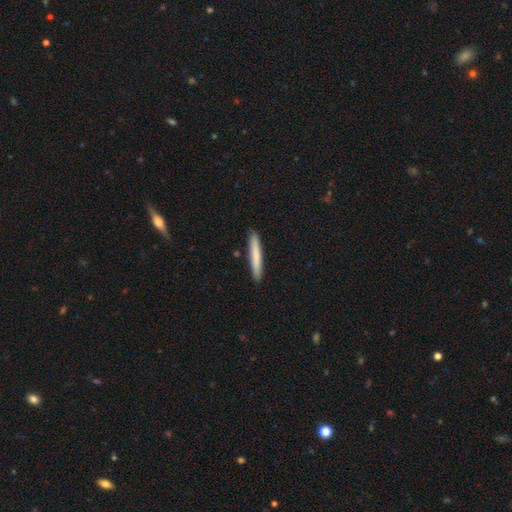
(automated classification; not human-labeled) This appears to be a smooth galaxy with no disk features (78%) that is cigar-shaped (95%). Merging: none (92%).